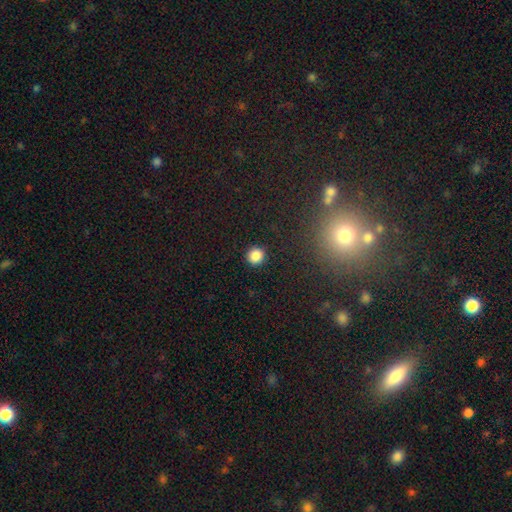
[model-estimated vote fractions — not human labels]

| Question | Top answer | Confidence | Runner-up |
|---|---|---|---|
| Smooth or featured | smooth | 85% | star or artifact (11%) |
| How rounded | round | 91% | in between (8%) |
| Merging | none | 91% | minor disturbance (6%) |